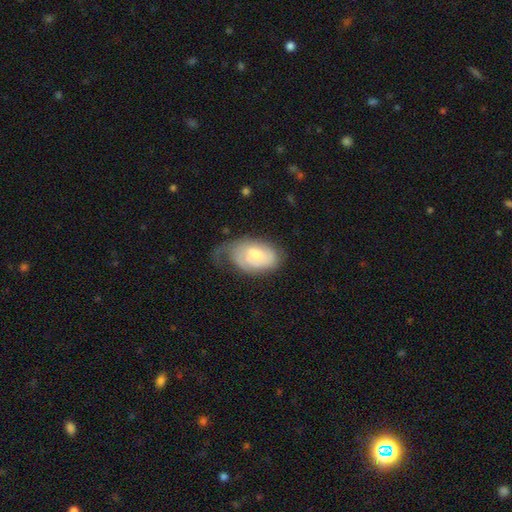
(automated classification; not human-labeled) Smooth or featured?
  - featured or disk: 56% *
  - smooth: 38%
  - star or artifact: 6%
Edge-on disk?
  - no: 96% *
  - yes: 4%
Bar?
  - no: 65% *
  - weak: 31%
  - strong: 4%
Spiral arms?
  - yes: 83% *
  - no: 17%
Bulge size?
  - moderate: 49% *
  - small: 40%
  - large: 6%
  - none: 4%
  - dominant: 1%
Merging?
  - none: 35% *
  - minor disturbance: 33%
  - major disturbance: 30%
  - merger: 2%